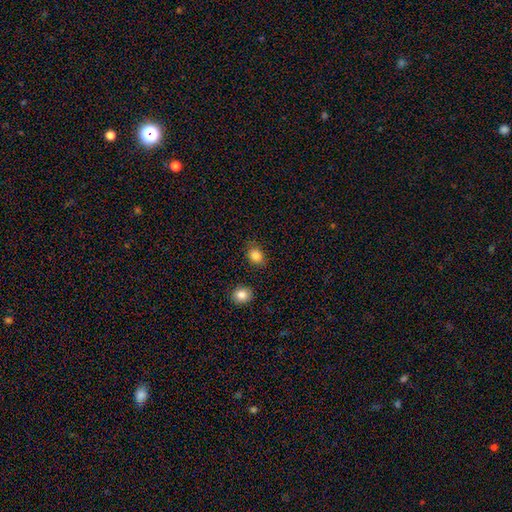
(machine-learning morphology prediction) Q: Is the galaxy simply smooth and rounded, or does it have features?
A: smooth — 85%.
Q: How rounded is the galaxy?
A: in between — 52%.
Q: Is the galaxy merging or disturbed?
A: none — 78%.